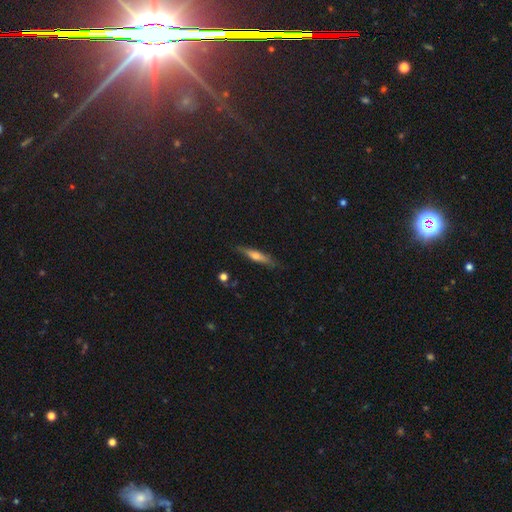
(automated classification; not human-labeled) This appears to be a featured or disk galaxy (52%) viewed edge-on (94%). Merging: none (84%).